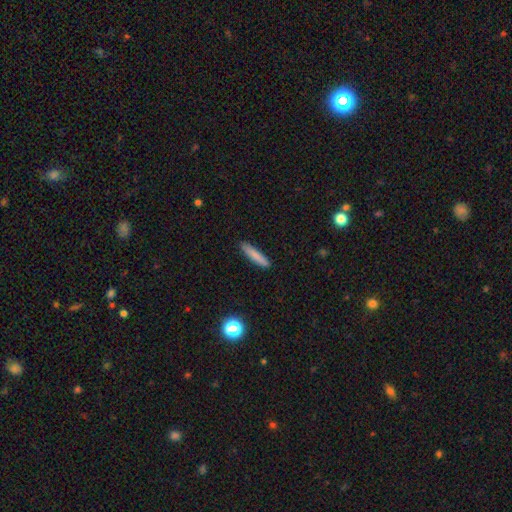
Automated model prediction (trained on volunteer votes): This appears to be a smooth galaxy with no disk features (83%) that is cigar-shaped (90%). Merging: none (90%).